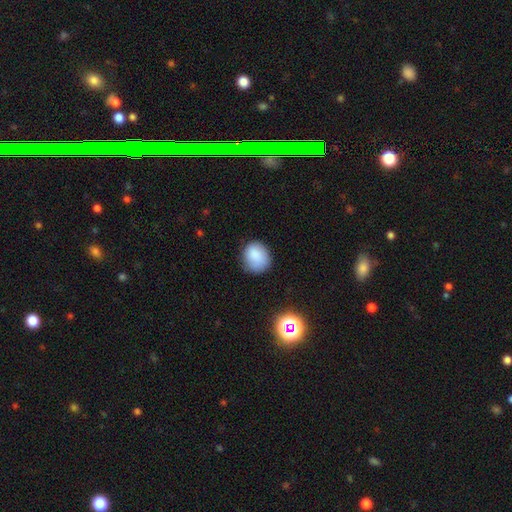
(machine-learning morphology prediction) Smooth or featured? Predicted: smooth (p=0.85). How rounded? Predicted: round (p=0.67). Merging? Predicted: none (p=0.76).